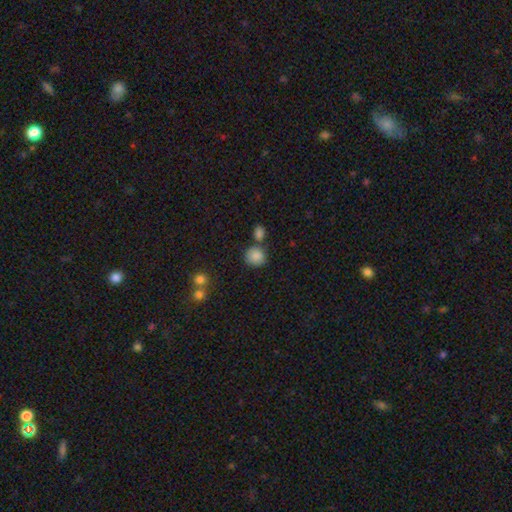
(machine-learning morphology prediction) smooth 85%, star or artifact 9%, featured or disk 5%. Down the decision tree: how rounded — round (84%); merging — none (68%).